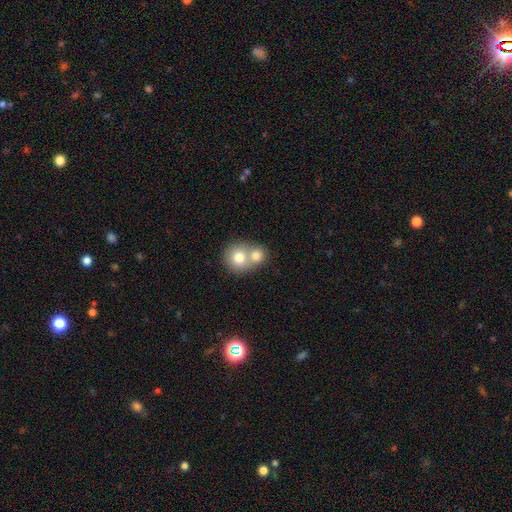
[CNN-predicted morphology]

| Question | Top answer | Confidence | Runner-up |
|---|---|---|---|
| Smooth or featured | smooth | 75% | featured or disk (17%) |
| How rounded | round | 80% | in between (19%) |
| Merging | merger | 65% | none (28%) |